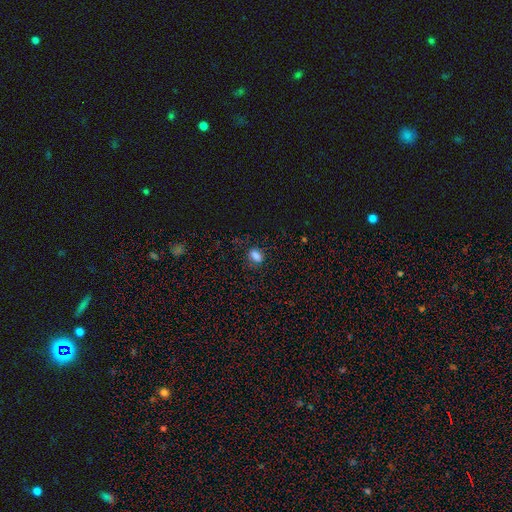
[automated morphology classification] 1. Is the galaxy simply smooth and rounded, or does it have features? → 79% smooth, 16% star or artifact, 5% featured or disk.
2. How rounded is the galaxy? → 76% in between, 20% round, 4% cigar-shaped.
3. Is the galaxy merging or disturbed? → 78% none, 16% minor disturbance, 4% major disturbance, 2% merger.